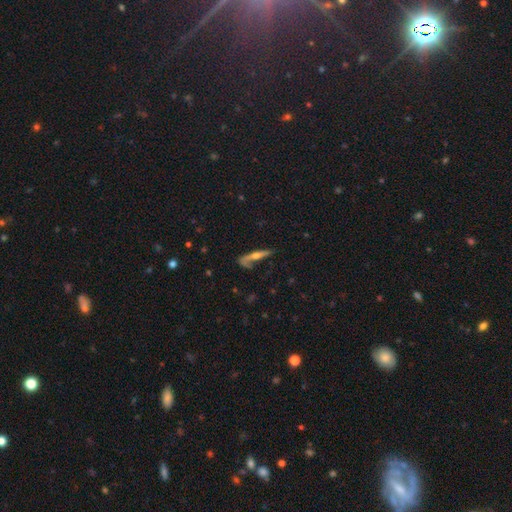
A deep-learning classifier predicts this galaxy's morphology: smooth-or-featured: featured or disk: 51% | smooth: 41% | star or artifact: 8%
  disk-edge-on: yes: 81% | no: 19%
  merging: none: 52% | minor disturbance: 24% | major disturbance: 17% | merger: 7%